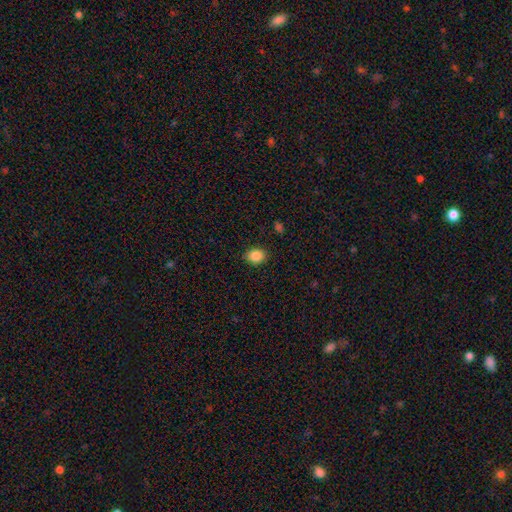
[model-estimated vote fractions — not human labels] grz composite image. It shows a smooth galaxy with no disk features (87%) that is in between round and cigar-shaped (55%). Merging: none (86%).